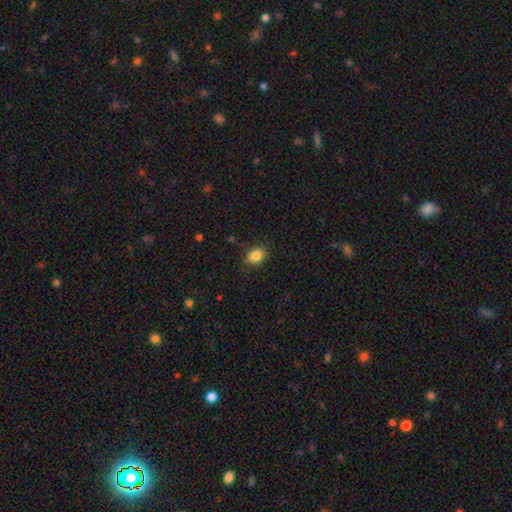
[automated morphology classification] Q: Smooth or featured?
A: smooth (86%); runner-up: star or artifact (9%)
Q: How rounded?
A: in between (64%); runner-up: round (35%)
Q: Merging?
A: none (85%); runner-up: minor disturbance (11%)